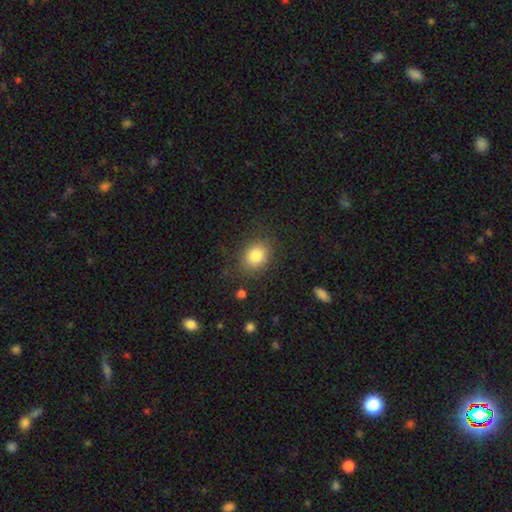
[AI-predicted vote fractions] Smooth or featured: smooth — 83% (star or artifact — 10%)
How rounded: round — 54% (in between — 45%)
Merging: none — 77% (minor disturbance — 15%)